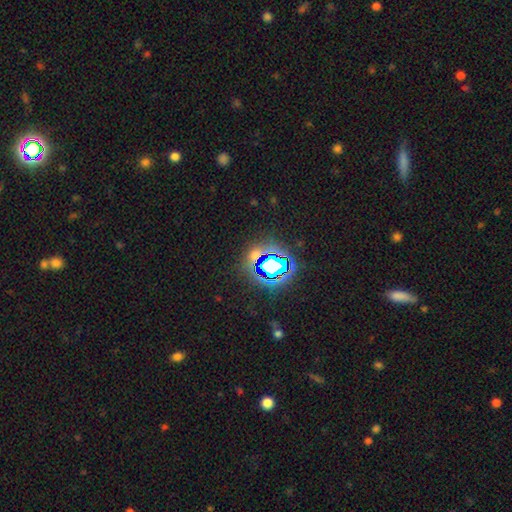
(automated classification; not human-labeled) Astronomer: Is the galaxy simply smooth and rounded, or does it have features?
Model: star or artifact — 66%.